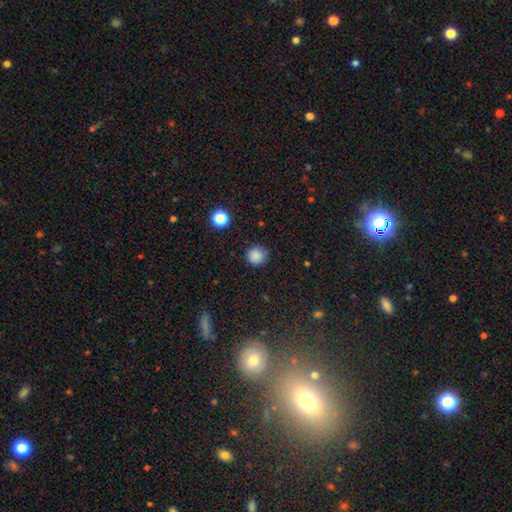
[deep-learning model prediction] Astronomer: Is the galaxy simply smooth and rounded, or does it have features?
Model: smooth — 84%.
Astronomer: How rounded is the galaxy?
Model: round — 93%.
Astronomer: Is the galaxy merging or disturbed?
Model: none — 88%.